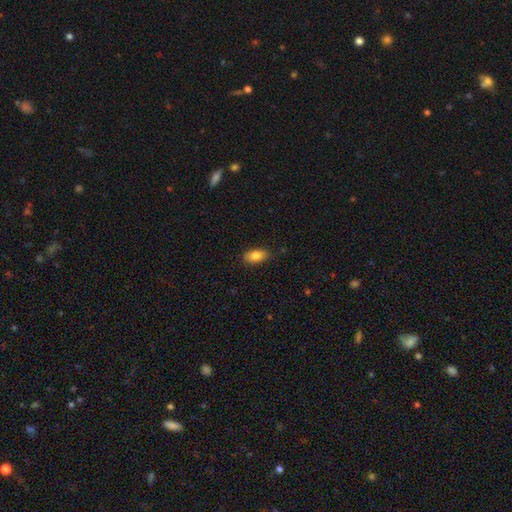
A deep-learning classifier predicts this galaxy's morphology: smooth_or_featured: smooth (p=0.84) [alt: featured or disk p=0.09]
how_rounded: in between (p=0.90) [alt: cigar-shaped p=0.05]
merging: none (p=0.84) [alt: minor disturbance p=0.12]